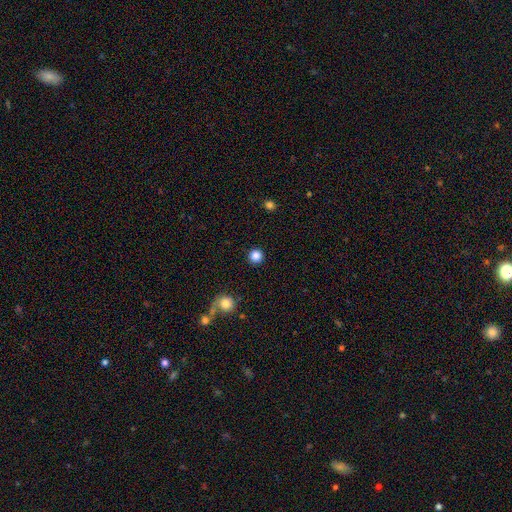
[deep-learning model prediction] A smooth galaxy with no disk features (85%) that is round (96%).

Vote fractions:
- Smooth or featured? smooth: 85% / star or artifact: 11% / featured or disk: 4%
- How rounded? round: 96% / in between: 3% / cigar-shaped: 1%
- Merging? none: 92% / minor disturbance: 4% / major disturbance: 2% / merger: 2%